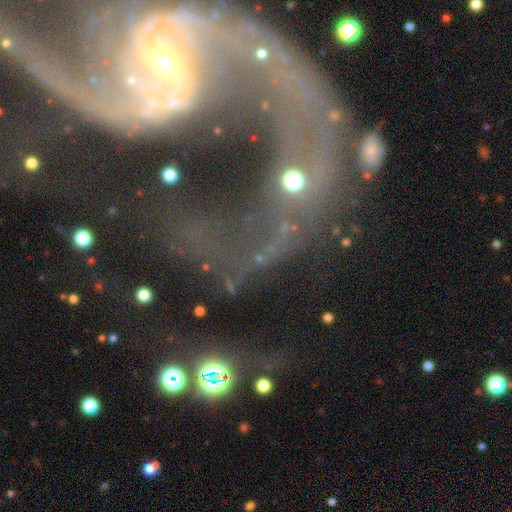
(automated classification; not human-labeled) smooth_or_featured: featured or disk (p=0.54) [alt: star or artifact p=0.28]
disk_edge_on: no (p=0.86) [alt: yes p=0.14]
merging: none (p=0.31) [tied with: major disturbance p=0.31]